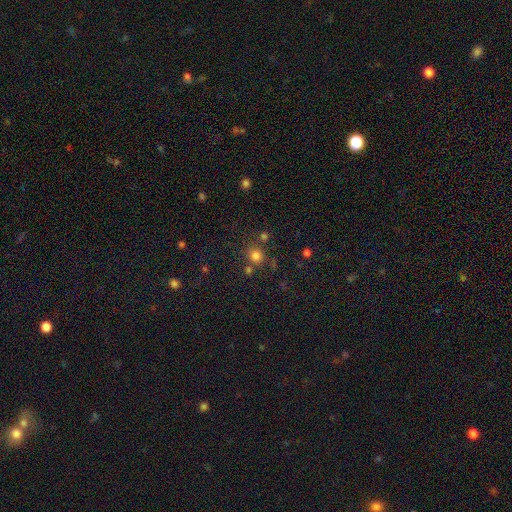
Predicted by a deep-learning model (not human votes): Smooth or featured? smooth (78%)
How rounded? round (89%)
Merging? none (73%)